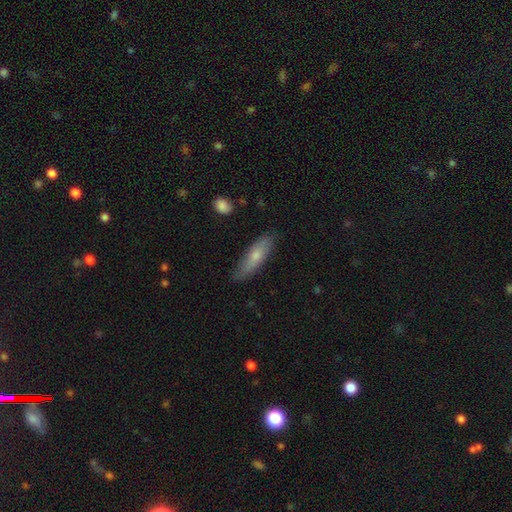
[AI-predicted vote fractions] Smooth or featured: smooth — 68% (featured or disk — 26%)
How rounded: cigar-shaped — 62% (in between — 36%)
Merging: none — 78% (minor disturbance — 17%)